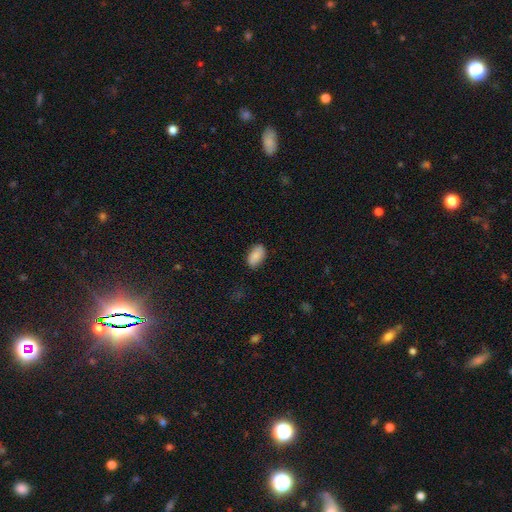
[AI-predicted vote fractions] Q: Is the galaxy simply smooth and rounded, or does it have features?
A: smooth — 86%.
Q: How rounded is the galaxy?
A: in between — 94%.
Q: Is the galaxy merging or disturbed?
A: none — 83%.